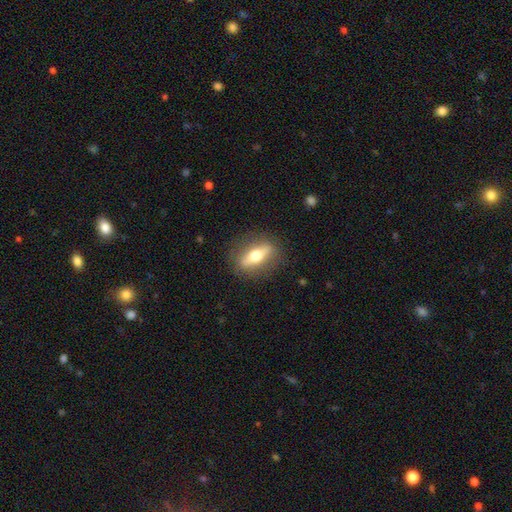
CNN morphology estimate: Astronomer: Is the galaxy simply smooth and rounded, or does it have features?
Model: featured or disk — 50% (runner-up: smooth, 44%).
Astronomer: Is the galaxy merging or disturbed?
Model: none — 85%.